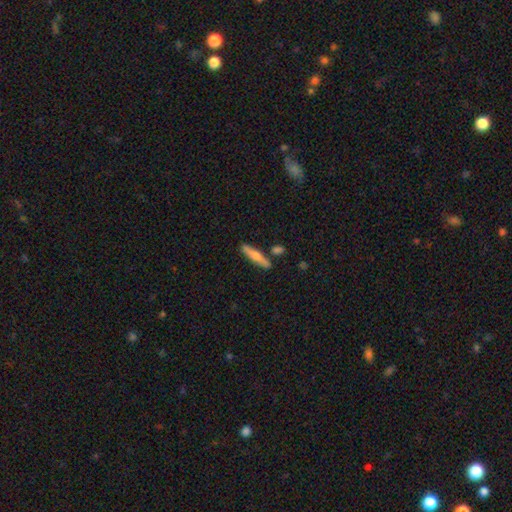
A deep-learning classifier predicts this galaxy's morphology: This appears to be a smooth galaxy with no disk features (52%) that is cigar-shaped (85%). Merging: none (81%).